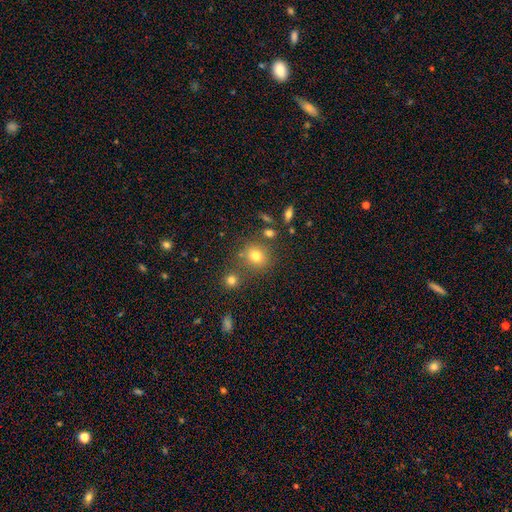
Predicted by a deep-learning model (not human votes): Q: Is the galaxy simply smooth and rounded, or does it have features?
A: smooth — 75%.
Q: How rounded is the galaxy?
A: round — 81%.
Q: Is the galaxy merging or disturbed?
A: none — 73%.